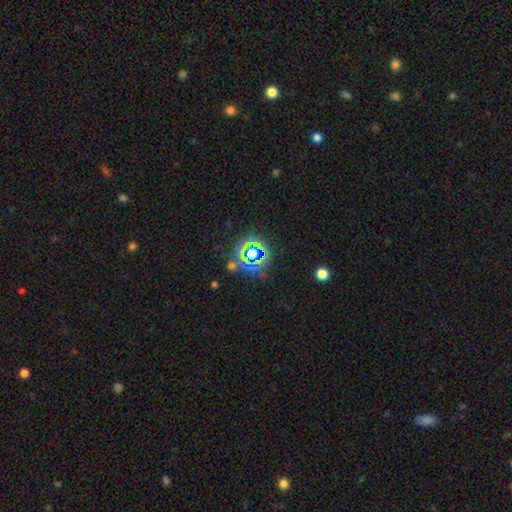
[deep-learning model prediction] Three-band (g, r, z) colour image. It shows a star or artifact, not a galaxy (77%).